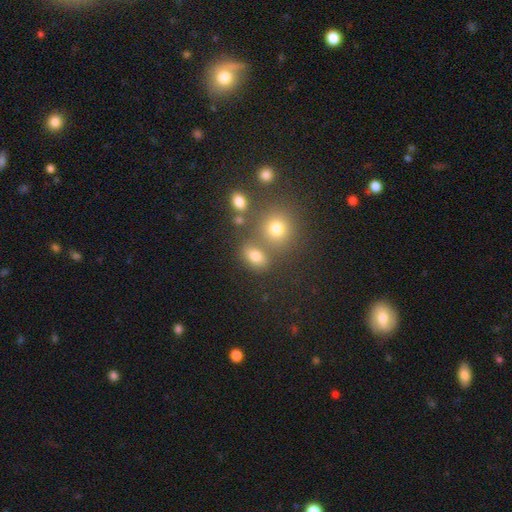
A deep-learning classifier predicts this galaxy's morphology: type=smooth (71%); roundness=in between (66%); merging=none (62%).